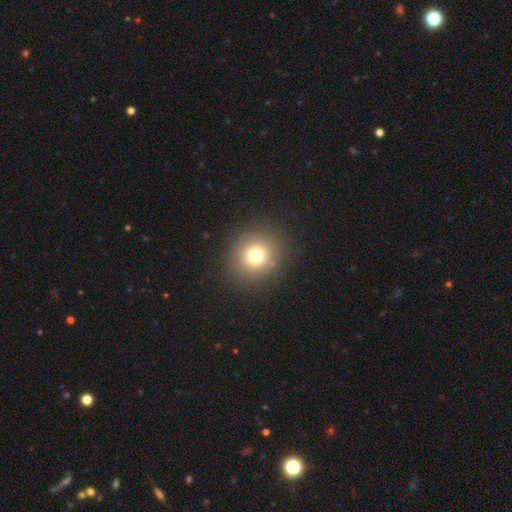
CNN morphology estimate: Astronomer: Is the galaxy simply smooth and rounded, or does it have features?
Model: smooth — 74%.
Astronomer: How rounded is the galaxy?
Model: round — 86%.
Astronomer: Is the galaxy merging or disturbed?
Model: none — 88%.